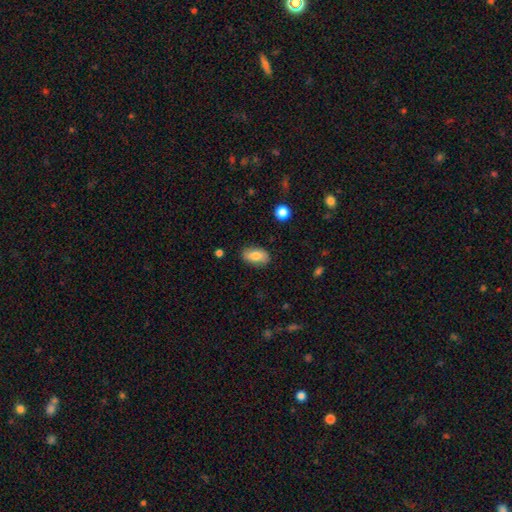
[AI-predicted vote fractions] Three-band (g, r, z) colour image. It shows a smooth galaxy with no disk features (79%) that is in between round and cigar-shaped (91%). Merging: none (83%).